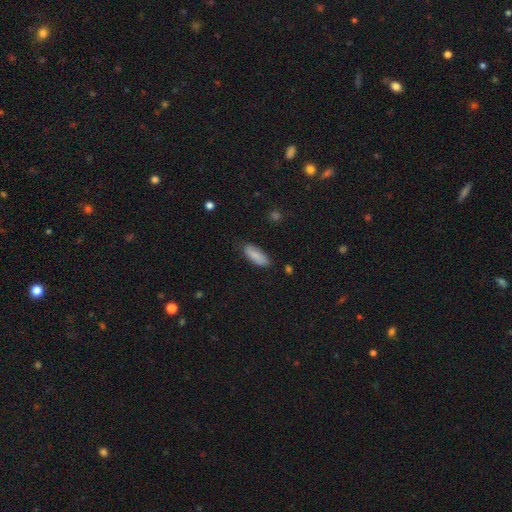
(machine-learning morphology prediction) This is clearly a smooth galaxy (84%). How rounded: likely in between (77%). Merging: likely none (78%).